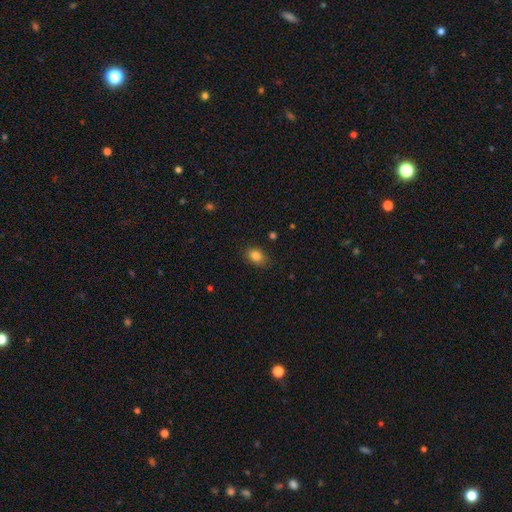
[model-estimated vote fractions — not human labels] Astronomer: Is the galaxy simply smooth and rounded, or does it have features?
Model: smooth — 84%.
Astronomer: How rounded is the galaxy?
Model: in between — 75%.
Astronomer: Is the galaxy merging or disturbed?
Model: none — 84%.